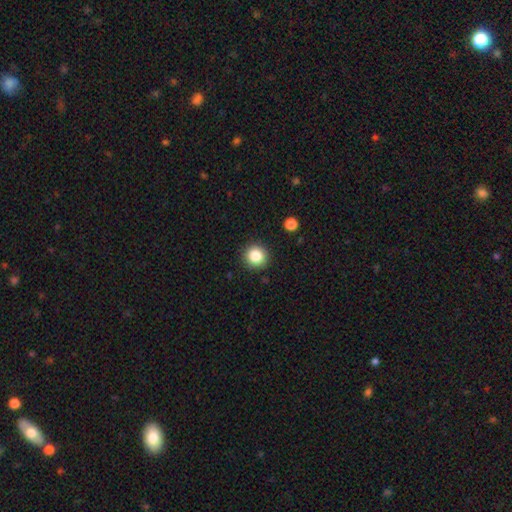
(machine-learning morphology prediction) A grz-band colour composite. It shows a smooth galaxy with no disk features (84%) that is round (93%). Merging: none (91%).